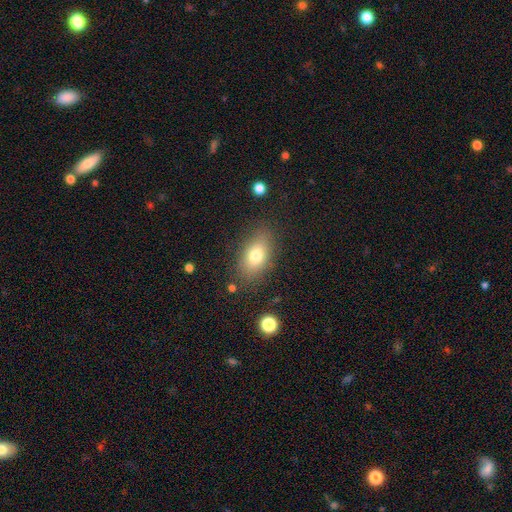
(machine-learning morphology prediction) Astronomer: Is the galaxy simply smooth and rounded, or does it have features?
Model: smooth — 75%.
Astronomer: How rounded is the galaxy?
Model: in between — 86%.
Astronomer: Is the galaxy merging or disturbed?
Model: none — 81%.